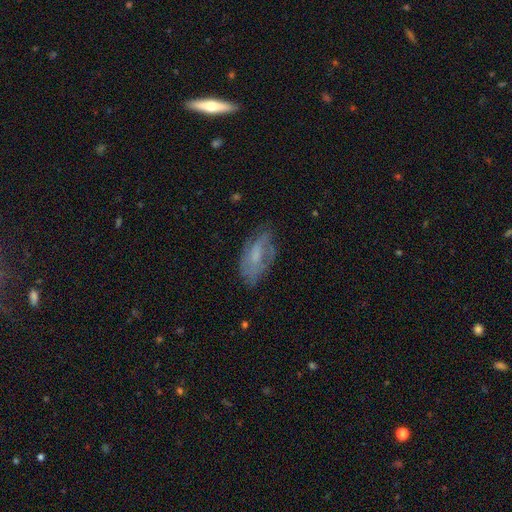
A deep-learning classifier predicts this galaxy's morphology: This is possibly a featured or disk galaxy (50%). Merging: possibly none (59%).